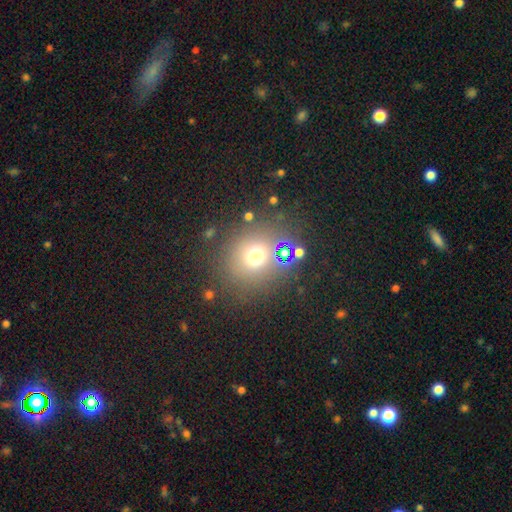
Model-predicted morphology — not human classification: smooth 65%, star or artifact 24%, featured or disk 10%. Down the decision tree: how rounded — round (83%); merging — none (76%).